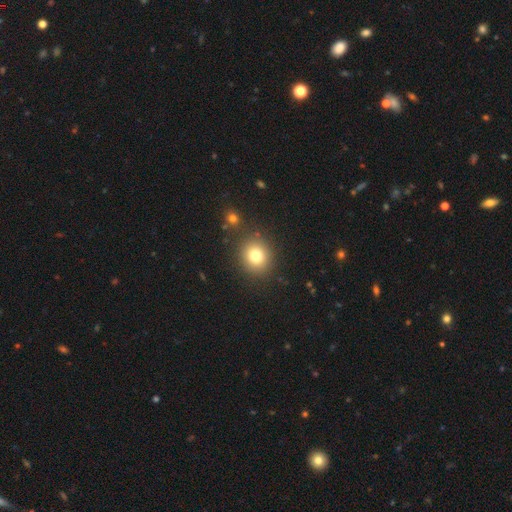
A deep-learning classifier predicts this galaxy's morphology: This is likely a smooth galaxy (78%). How rounded: clearly round (83%). Merging: clearly none (85%).